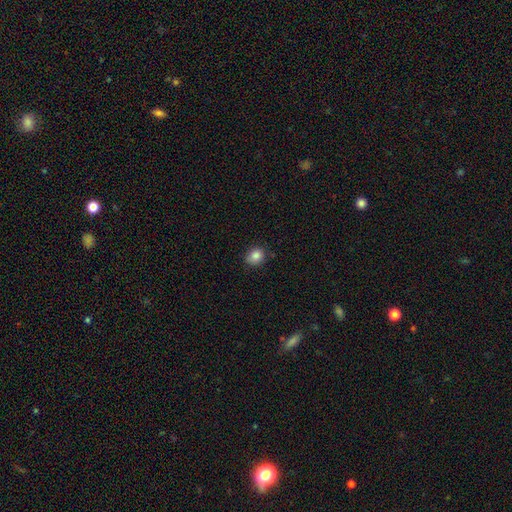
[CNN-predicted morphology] This is clearly a smooth galaxy (85%). How rounded: likely round (71%). Merging: clearly none (82%).